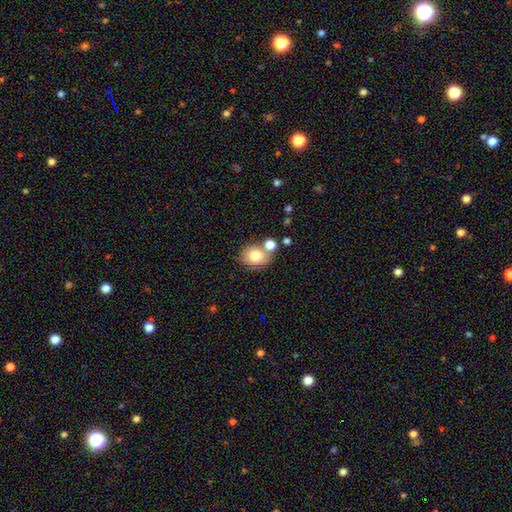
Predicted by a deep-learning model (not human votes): Smooth or featured: smooth — 76% (featured or disk — 13%)
How rounded: round — 58% (in between — 41%)
Merging: none — 59% (merger — 24%)